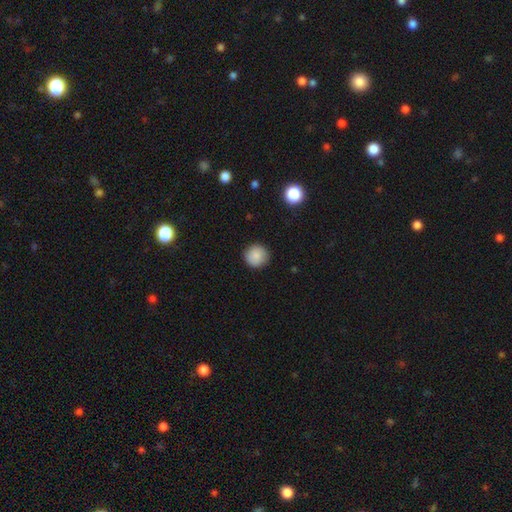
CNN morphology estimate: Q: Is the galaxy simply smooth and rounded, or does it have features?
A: smooth — 87%.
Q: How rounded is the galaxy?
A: round — 94%.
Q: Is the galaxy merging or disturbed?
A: none — 90%.